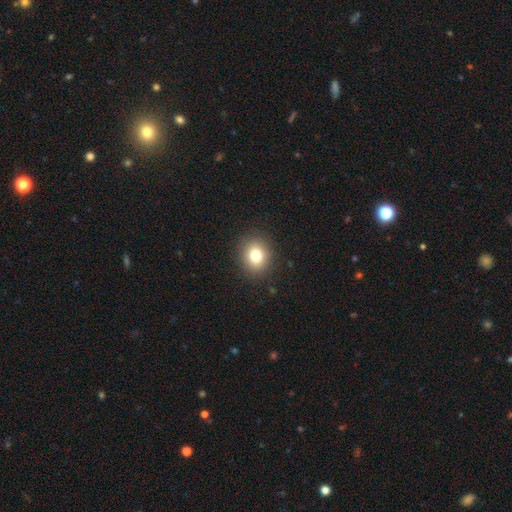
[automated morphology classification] This appears to be a smooth galaxy with no disk features (79%) that is round (72%). Merging: none (89%).